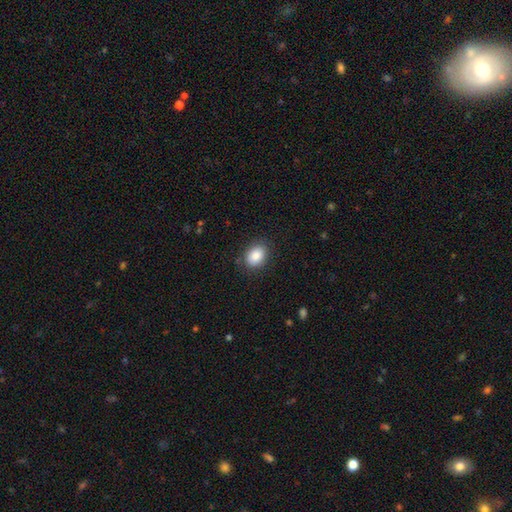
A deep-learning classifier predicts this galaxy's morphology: Smooth or featured?
  - smooth: 86% *
  - star or artifact: 8%
  - featured or disk: 6%
How rounded?
  - in between: 70% *
  - round: 29%
  - cigar-shaped: 1%
Merging?
  - none: 84% *
  - minor disturbance: 12%
  - major disturbance: 3%
  - merger: 1%